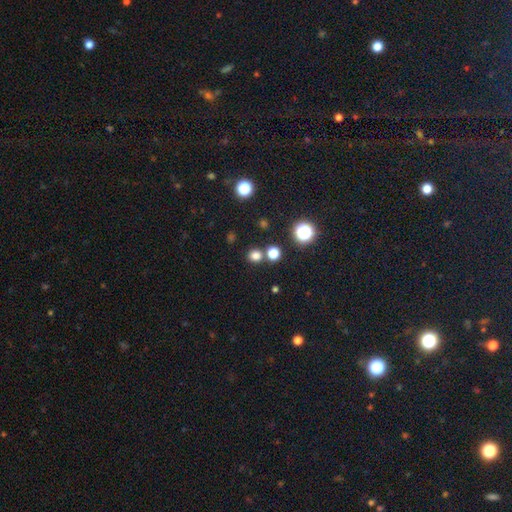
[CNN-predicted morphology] Q: Smooth or featured?
A: smooth (75%); runner-up: star or artifact (21%)
Q: How rounded?
A: round (82%); runner-up: in between (17%)
Q: Merging?
A: none (78%); runner-up: merger (12%)